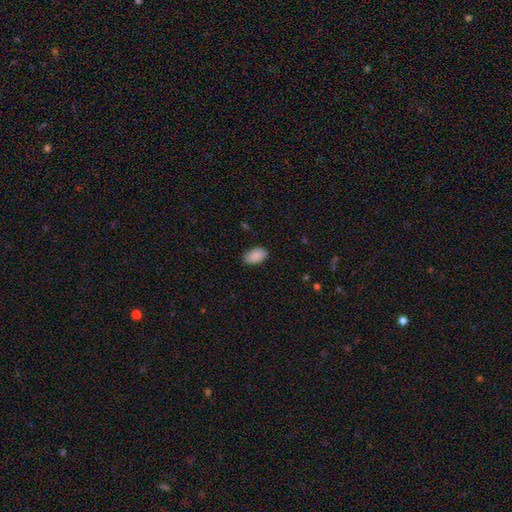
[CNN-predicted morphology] smooth 90%, star or artifact 7%, featured or disk 3%. Down the decision tree: how rounded — in between (94%); merging — none (87%).